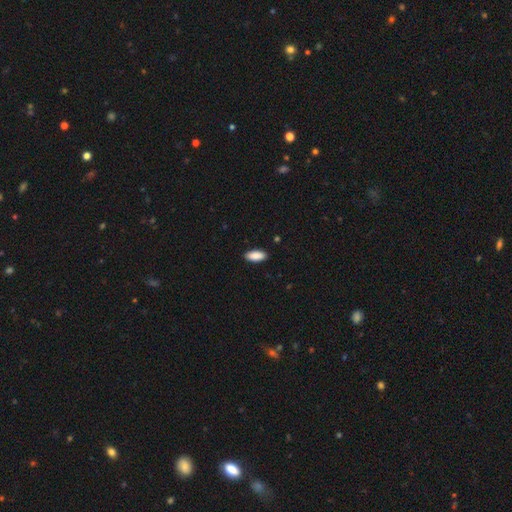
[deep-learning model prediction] Morphology: type=smooth (89%); roundness=in between (86%); merging=none (90%).